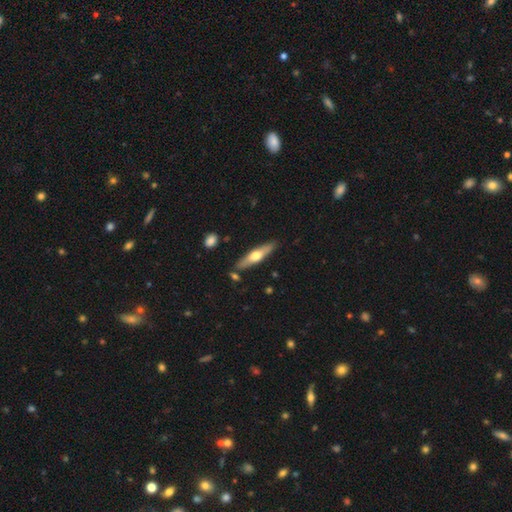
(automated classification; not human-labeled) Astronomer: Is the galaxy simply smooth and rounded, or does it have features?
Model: featured or disk — 49% (runner-up: smooth, 46%).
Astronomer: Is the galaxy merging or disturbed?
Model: none — 85%.